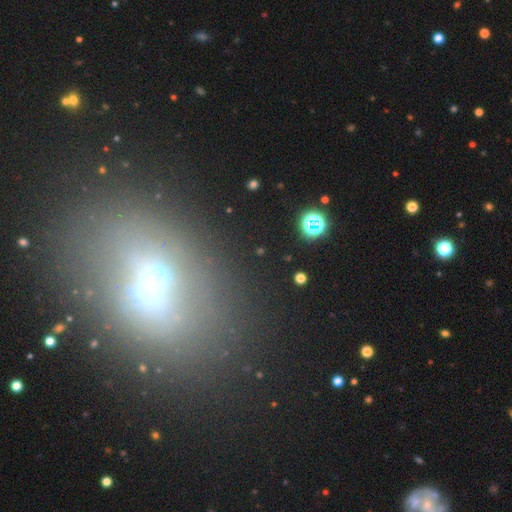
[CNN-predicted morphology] smooth-or-featured: smooth: 37% | star or artifact: 36% | featured or disk: 28%
  merging: none: 66% | minor disturbance: 14% | major disturbance: 11% | merger: 9%